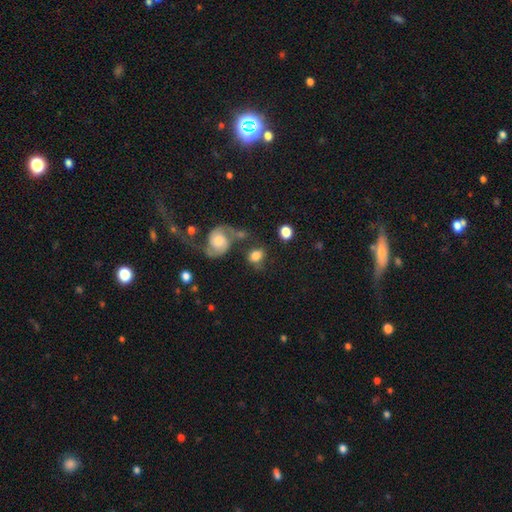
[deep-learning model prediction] Smooth or featured?
  - smooth: 68% *
  - featured or disk: 23%
  - star or artifact: 9%
How rounded?
  - round: 57% *
  - in between: 41%
  - cigar-shaped: 2%
Merging?
  - none: 55% *
  - merger: 18%
  - minor disturbance: 17%
  - major disturbance: 9%